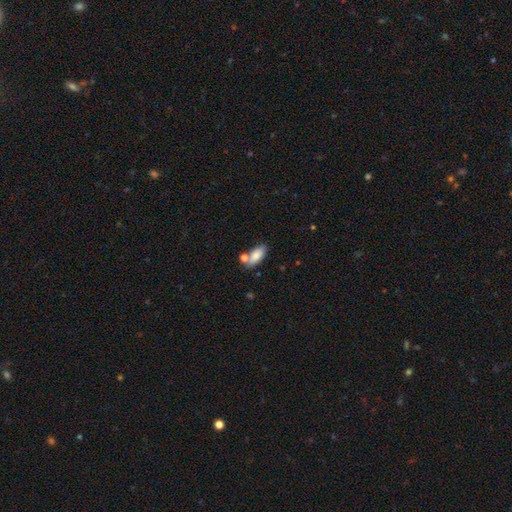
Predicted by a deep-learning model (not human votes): smooth_or_featured: smooth (p=0.81) [alt: featured or disk p=0.11]
how_rounded: in between (p=0.86) [alt: cigar-shaped p=0.11]
merging: none (p=0.63) [alt: merger p=0.19]